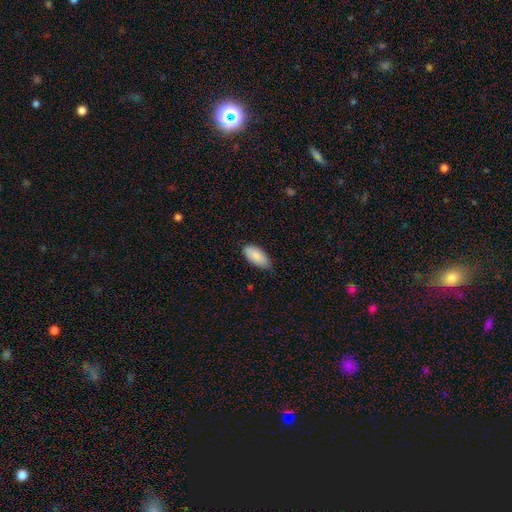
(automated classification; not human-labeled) Q: Smooth or featured?
A: smooth (86%); runner-up: featured or disk (8%)
Q: How rounded?
A: in between (93%); runner-up: cigar-shaped (6%)
Q: Merging?
A: none (77%); runner-up: minor disturbance (20%)